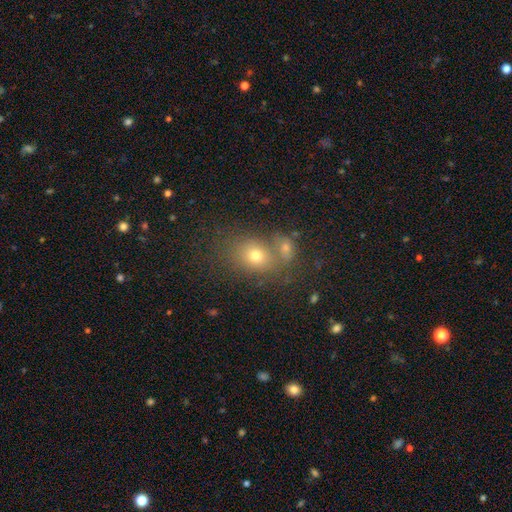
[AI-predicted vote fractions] smooth-or-featured: smooth: 70% | star or artifact: 15% | featured or disk: 14%
  how-rounded: in between: 52% | round: 46% | cigar-shaped: 1%
  merging: none: 49% | merger: 34% | minor disturbance: 11% | major disturbance: 5%